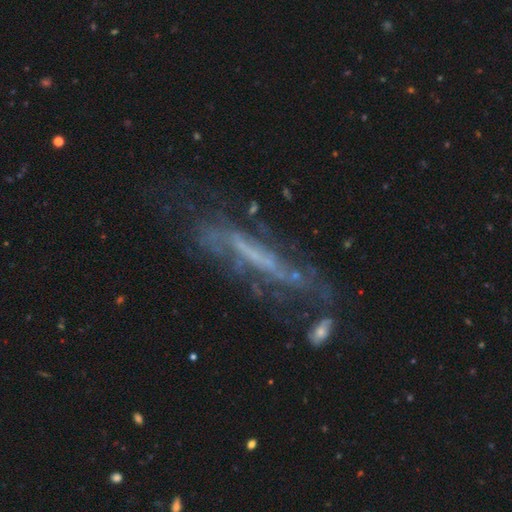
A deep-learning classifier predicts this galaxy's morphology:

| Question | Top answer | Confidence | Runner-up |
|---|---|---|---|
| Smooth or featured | featured or disk | 68% | smooth (20%) |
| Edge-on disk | yes | 52% | no (48%) |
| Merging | none | 47% | minor disturbance (22%) |